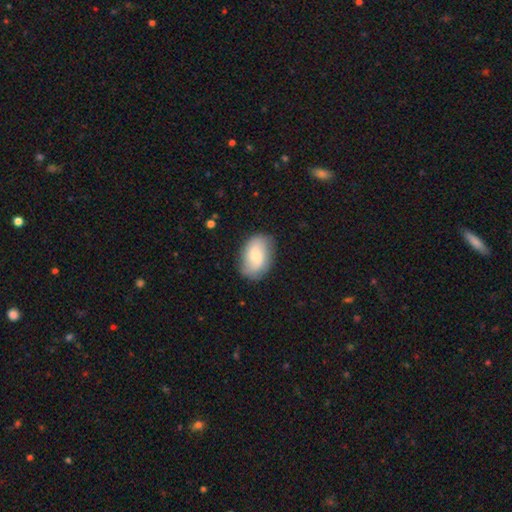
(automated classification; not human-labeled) The model was most divided on "smooth or featured": smooth: 65%, featured or disk: 28%, star or artifact: 7%. More confident: how rounded — in between (86%); merging — none (78%).